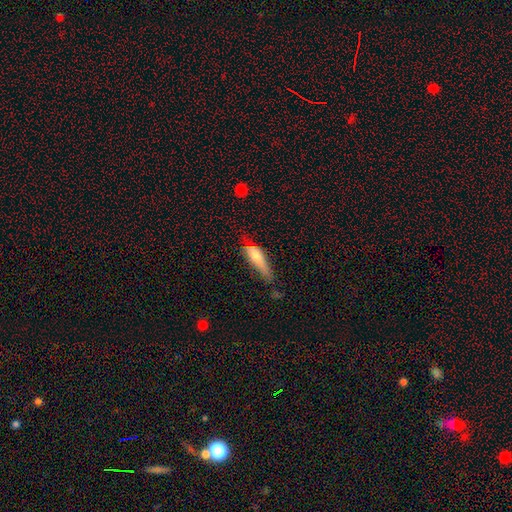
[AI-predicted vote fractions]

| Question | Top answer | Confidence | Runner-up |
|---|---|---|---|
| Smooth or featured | smooth | 58% | featured or disk (33%) |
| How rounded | cigar-shaped | 74% | in between (23%) |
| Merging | none | 46% | minor disturbance (34%) |